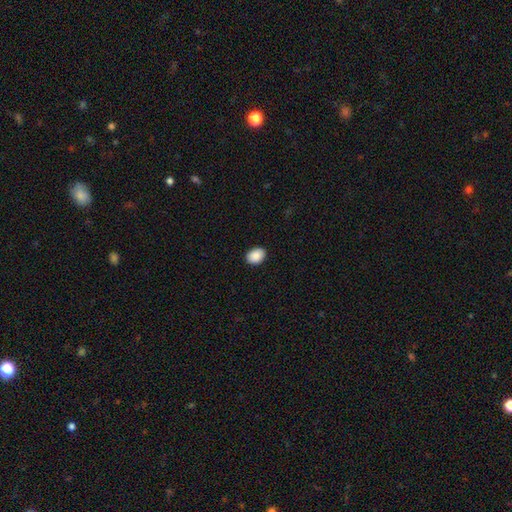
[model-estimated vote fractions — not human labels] smooth 90%, star or artifact 7%, featured or disk 3%. Down the decision tree: how rounded — in between (68%); merging — none (90%).